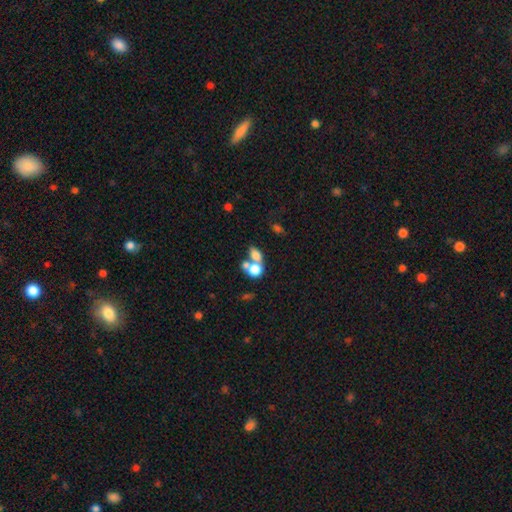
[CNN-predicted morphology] smooth-or-featured: smooth: 71% | featured or disk: 17% | star or artifact: 12%
  how-rounded: in between: 56% | round: 42% | cigar-shaped: 2%
  merging: merger: 59% | none: 28% | minor disturbance: 7% | major disturbance: 6%